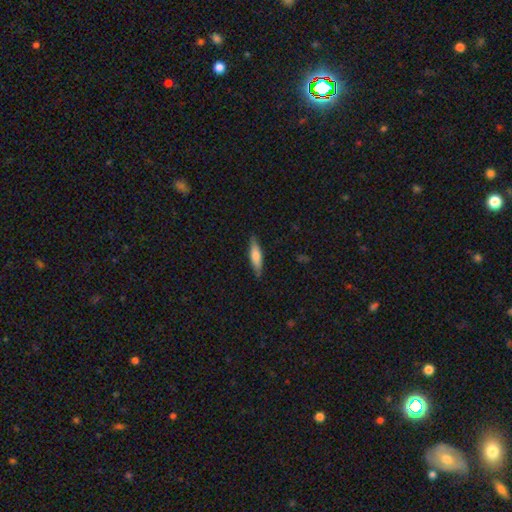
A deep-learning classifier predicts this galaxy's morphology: A smooth galaxy with no disk features (67%) that is cigar-shaped (67%). Merging: none (84%).